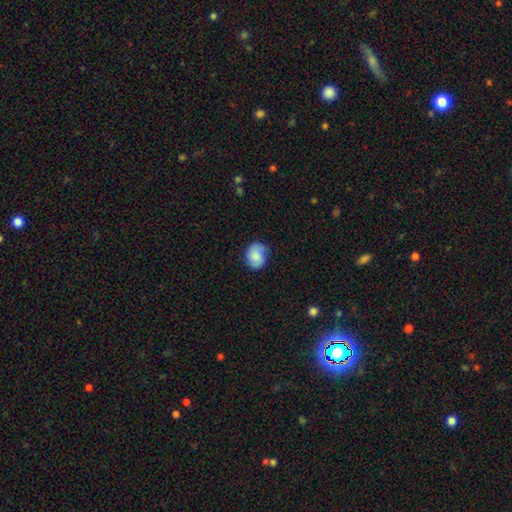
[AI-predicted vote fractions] Smooth or featured: smooth — 71% (featured or disk — 21%)
How rounded: round — 64% (in between — 35%)
Merging: none — 71% (minor disturbance — 23%)